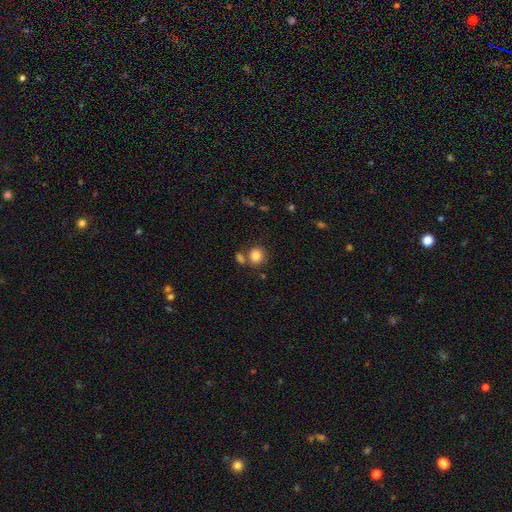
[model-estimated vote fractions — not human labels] Smooth or featured? smooth (84%)
How rounded? round (79%)
Merging? none (63%)